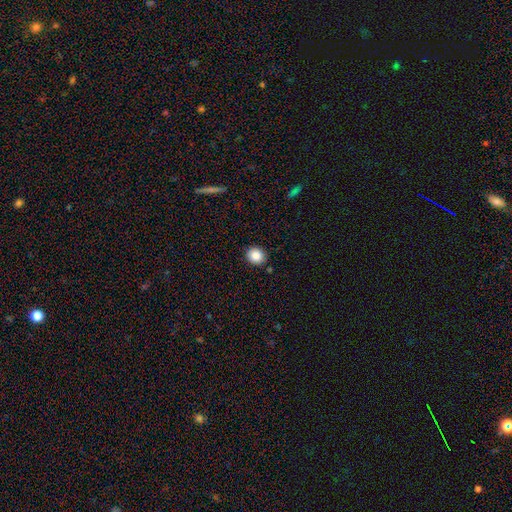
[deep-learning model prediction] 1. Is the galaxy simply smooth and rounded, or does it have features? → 86% smooth, 9% star or artifact, 5% featured or disk.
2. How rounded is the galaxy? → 78% round, 21% in between, 1% cigar-shaped.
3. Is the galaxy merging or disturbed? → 89% none, 7% minor disturbance, 2% merger, 2% major disturbance.